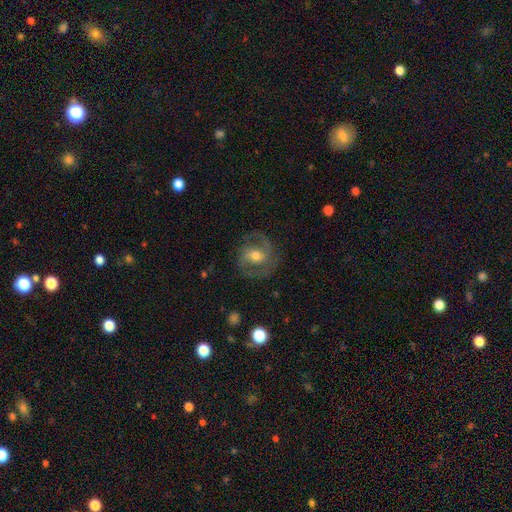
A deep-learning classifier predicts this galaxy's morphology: featured or disk 76%, smooth 17%, star or artifact 7%. Down the decision tree: edge-on disk — no (97%); bar — weak (43%); spiral arms — yes (88%); spiral arm count — 2 (87%); spiral winding — medium (55%); bulge size — moderate (66%); merging — none (78%).